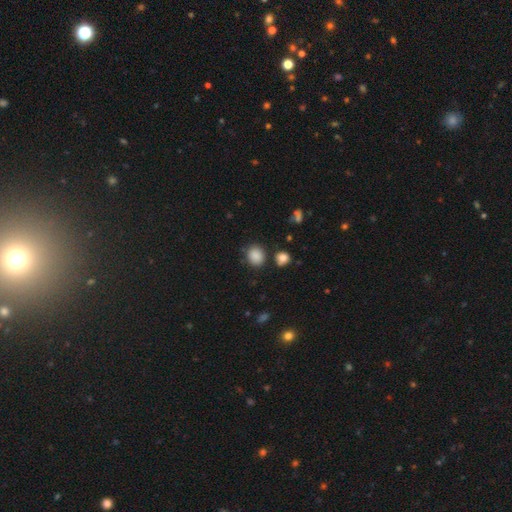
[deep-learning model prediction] A smooth galaxy with no disk features (86%) that is round (65%). Merging: none (80%).